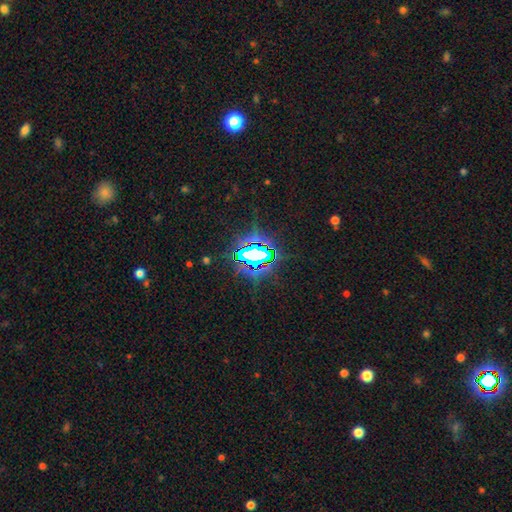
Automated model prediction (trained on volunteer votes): Overall: star or artifact (78%).